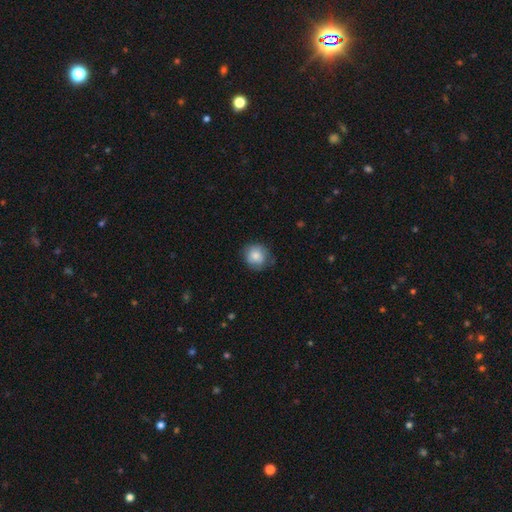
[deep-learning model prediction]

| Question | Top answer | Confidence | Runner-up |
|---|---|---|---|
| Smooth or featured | smooth | 78% | featured or disk (14%) |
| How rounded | round | 86% | in between (13%) |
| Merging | none | 70% | minor disturbance (23%) |